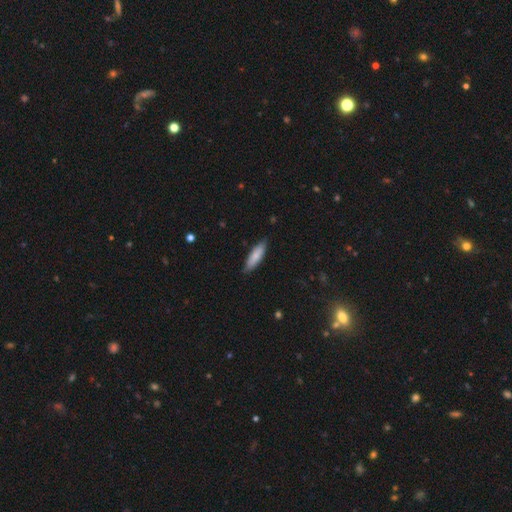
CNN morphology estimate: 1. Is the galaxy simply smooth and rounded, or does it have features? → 81% smooth, 14% featured or disk, 5% star or artifact.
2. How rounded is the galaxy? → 59% cigar-shaped, 39% in between, 1% round.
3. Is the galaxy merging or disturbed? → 82% none, 14% minor disturbance, 2% major disturbance, 1% merger.